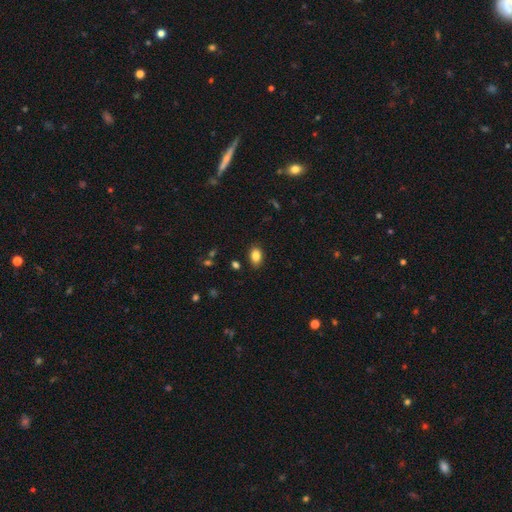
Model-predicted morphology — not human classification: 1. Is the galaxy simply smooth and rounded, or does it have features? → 85% smooth, 9% star or artifact, 6% featured or disk.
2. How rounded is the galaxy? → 84% in between, 14% round, 1% cigar-shaped.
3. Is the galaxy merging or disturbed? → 86% none, 10% minor disturbance, 2% major disturbance, 1% merger.